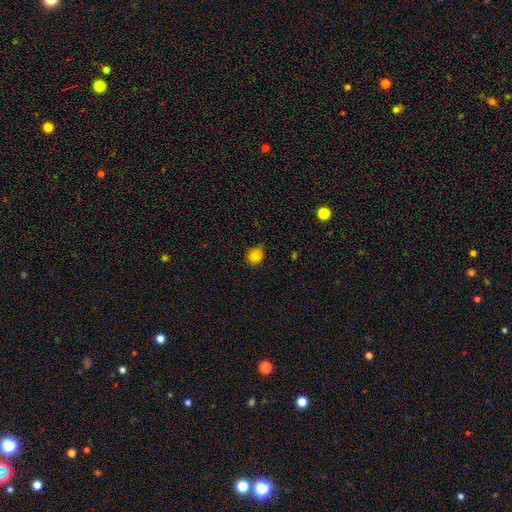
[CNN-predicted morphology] A smooth galaxy with no disk features (81%) that is round (57%). Merging: none (66%).